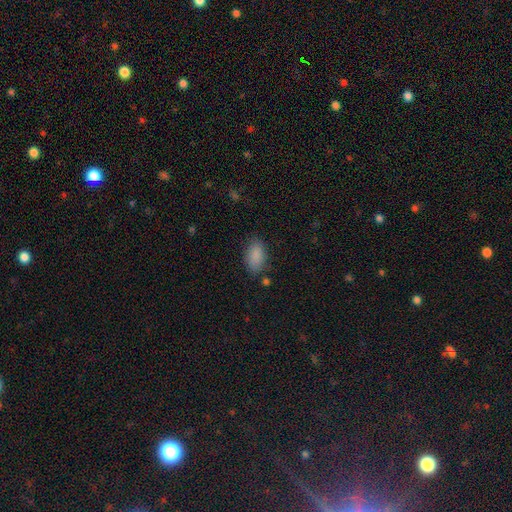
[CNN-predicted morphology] Overall: smooth (88%). How rounded: in between (92%). Merging: none (81%).